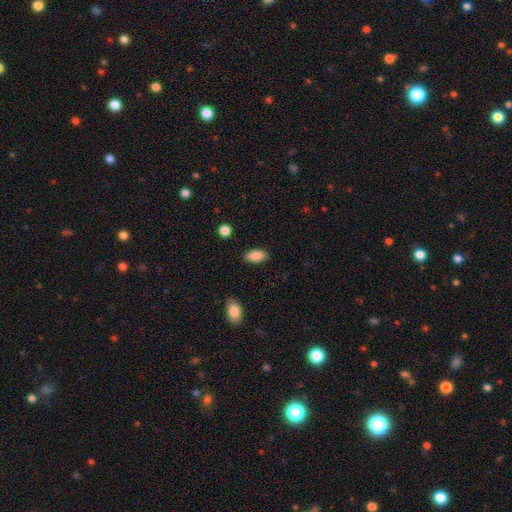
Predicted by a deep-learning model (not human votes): Smooth or featured? smooth (88%)
How rounded? in between (91%)
Merging? none (87%)